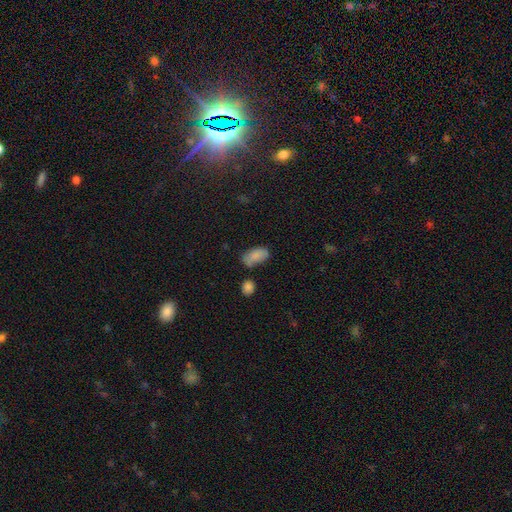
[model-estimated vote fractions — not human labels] Smooth or featured? smooth (83%)
How rounded? in between (93%)
Merging? none (56%)